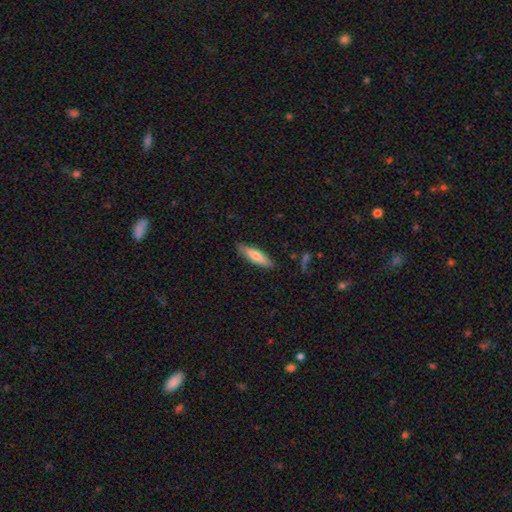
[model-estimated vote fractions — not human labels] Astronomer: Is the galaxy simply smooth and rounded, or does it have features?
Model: smooth — 72%.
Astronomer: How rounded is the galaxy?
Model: cigar-shaped — 64%.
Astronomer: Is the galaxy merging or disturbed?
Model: none — 84%.